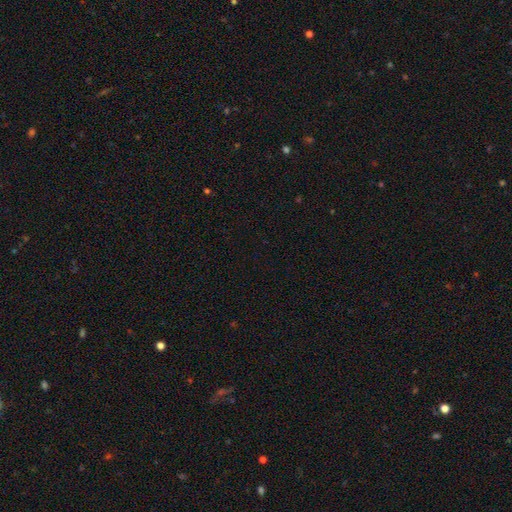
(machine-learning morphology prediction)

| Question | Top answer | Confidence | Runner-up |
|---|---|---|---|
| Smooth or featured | star or artifact | 69% | smooth (24%) |